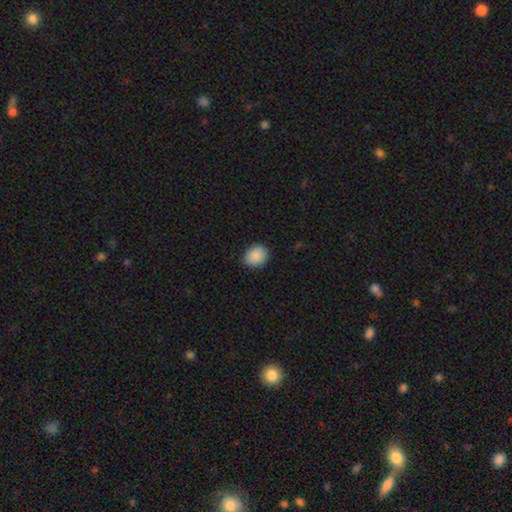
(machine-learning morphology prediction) This appears to be a smooth galaxy with no disk features (89%) that is round (62%). Merging: none (85%).